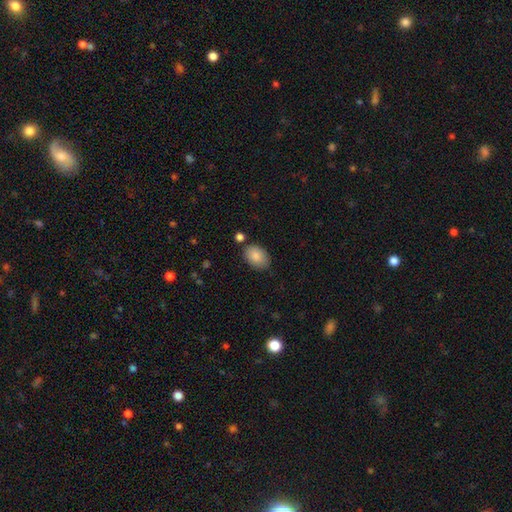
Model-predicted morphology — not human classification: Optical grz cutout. It shows a smooth galaxy with no disk features (86%) that is in between round and cigar-shaped (85%). Merging: none (74%).